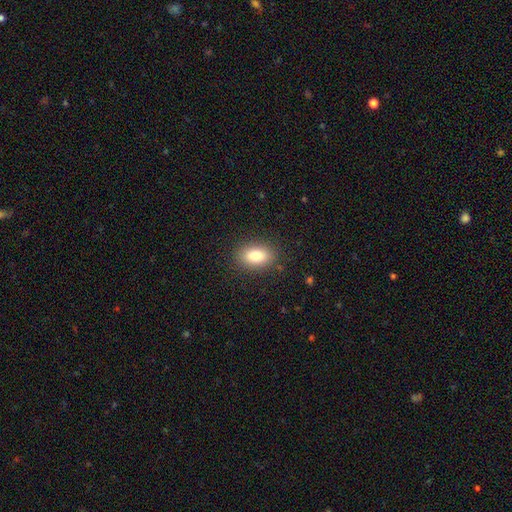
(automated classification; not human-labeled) This appears to be a smooth galaxy with no disk features (81%) that is in between round and cigar-shaped (84%). Merging: none (87%).